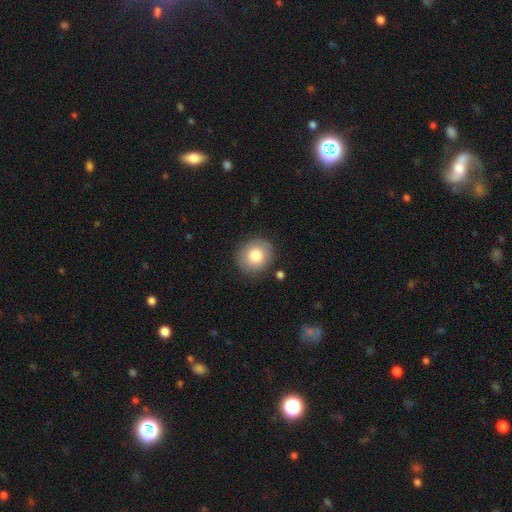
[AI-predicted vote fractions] The model was most divided on "how rounded": round: 82%, in between: 17%, cigar-shaped: 1%. More confident: merging — none (86%); smooth or featured — smooth (79%).